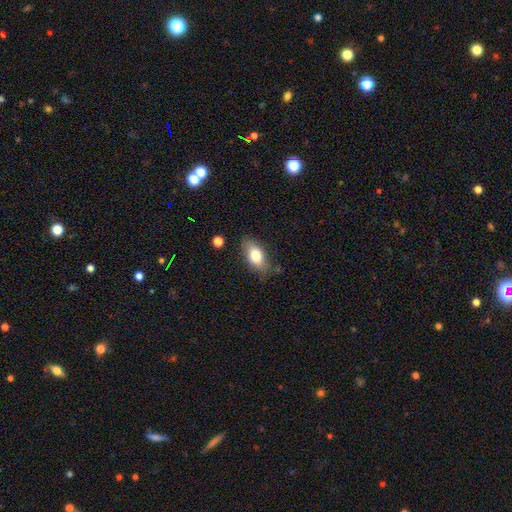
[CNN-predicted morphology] This appears to be a smooth galaxy with no disk features (78%) that is in between round and cigar-shaped (89%). Merging: none (75%).